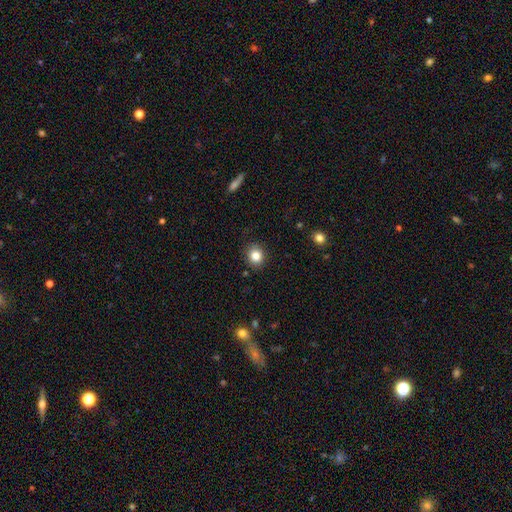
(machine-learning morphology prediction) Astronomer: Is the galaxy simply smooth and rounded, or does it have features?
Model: smooth — 84%.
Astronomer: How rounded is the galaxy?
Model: round — 74%.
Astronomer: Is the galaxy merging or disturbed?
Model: none — 89%.